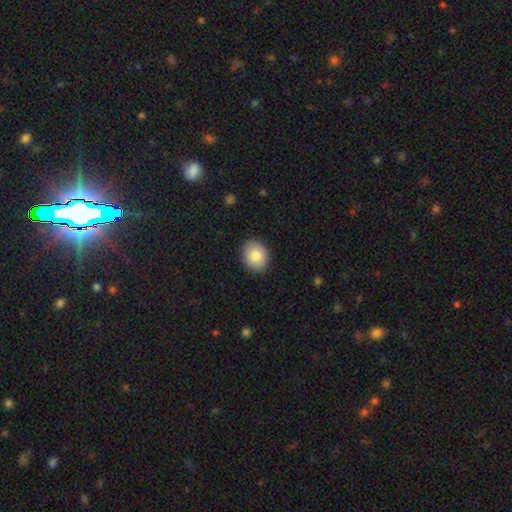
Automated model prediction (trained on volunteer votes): Smooth or featured? smooth (83%)
How rounded? in between (51%)
Merging? none (89%)